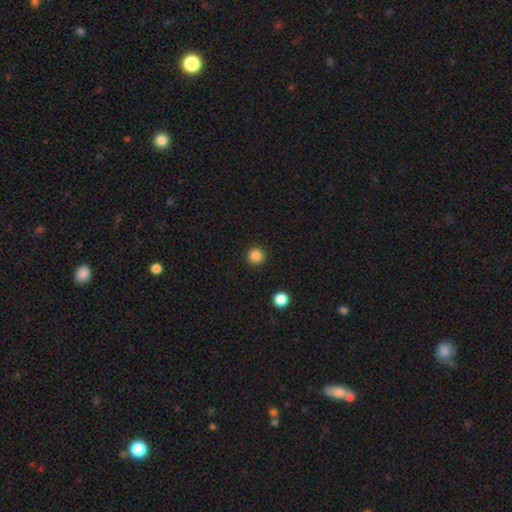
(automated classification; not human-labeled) smooth-or-featured: smooth: 85% | star or artifact: 12% | featured or disk: 3%
  how-rounded: round: 96% | in between: 3% | cigar-shaped: 1%
  merging: none: 93% | minor disturbance: 4% | major disturbance: 2% | merger: 1%